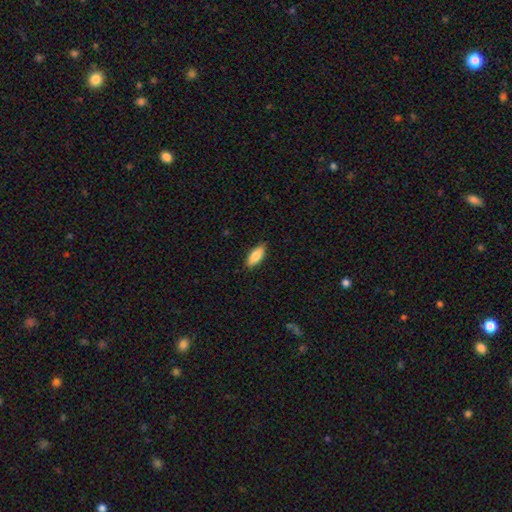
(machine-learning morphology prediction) Smooth or featured?
  - smooth: 79% *
  - featured or disk: 15%
  - star or artifact: 6%
How rounded?
  - in between: 70% *
  - cigar-shaped: 28%
  - round: 2%
Merging?
  - none: 88% *
  - minor disturbance: 9%
  - major disturbance: 2%
  - merger: 1%